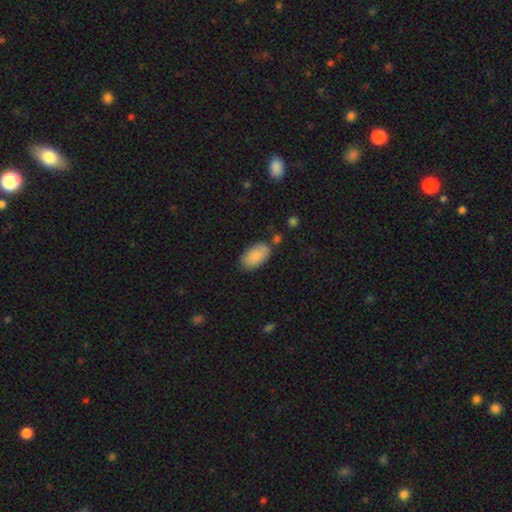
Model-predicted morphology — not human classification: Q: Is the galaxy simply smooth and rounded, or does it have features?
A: smooth — 85%.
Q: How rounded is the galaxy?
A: in between — 95%.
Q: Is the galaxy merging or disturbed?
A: none — 74%.